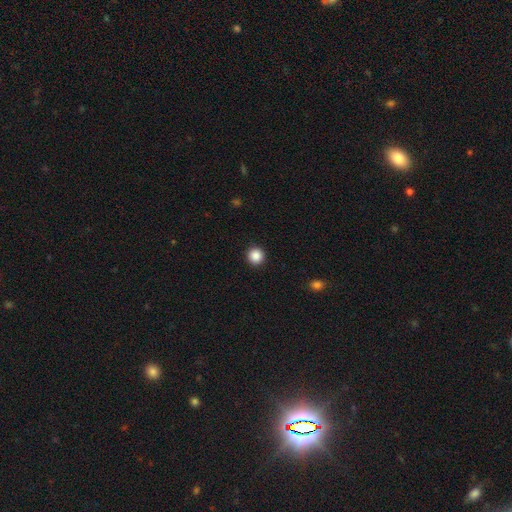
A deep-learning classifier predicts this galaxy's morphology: type=smooth (87%); roundness=round (96%); merging=none (93%).